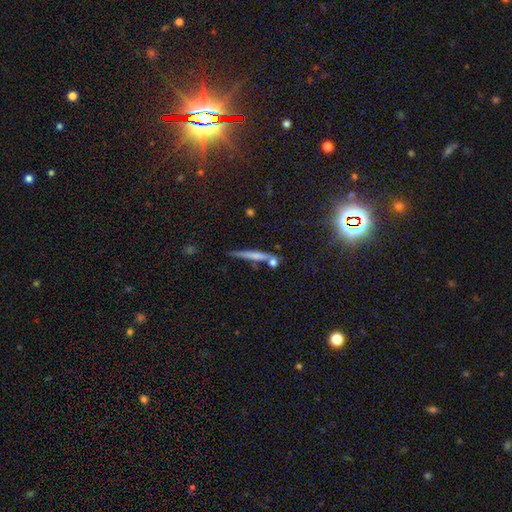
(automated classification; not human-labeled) smooth_or_featured: smooth (p=0.53) [alt: featured or disk p=0.36]
how_rounded: cigar-shaped (p=0.92) [alt: in between p=0.05]
merging: none (p=0.69) [alt: minor disturbance p=0.14]